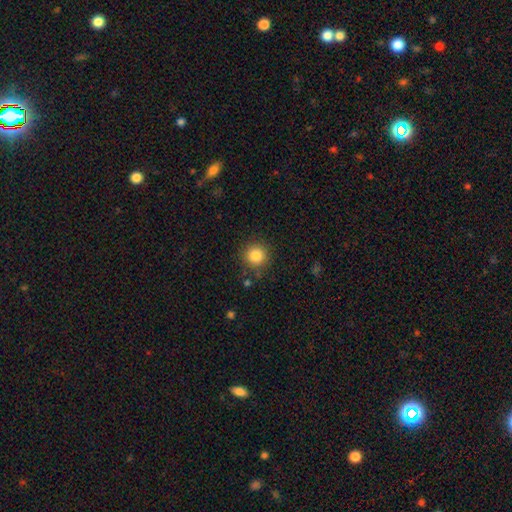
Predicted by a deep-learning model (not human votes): This appears to be a smooth galaxy with no disk features (85%) that is round (93%). Merging: none (87%).